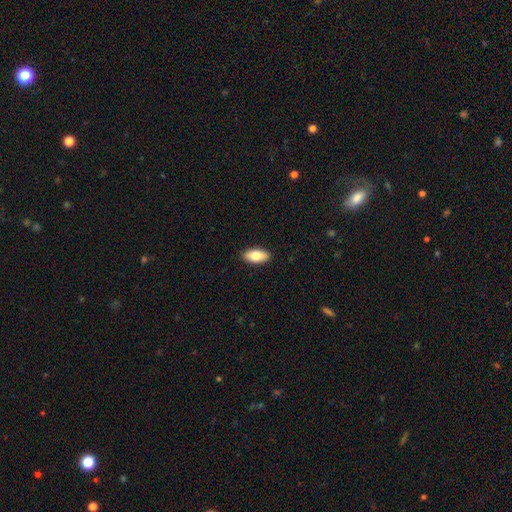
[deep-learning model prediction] This is likely a smooth galaxy (80%). How rounded: clearly in between (92%). Merging: clearly none (91%).